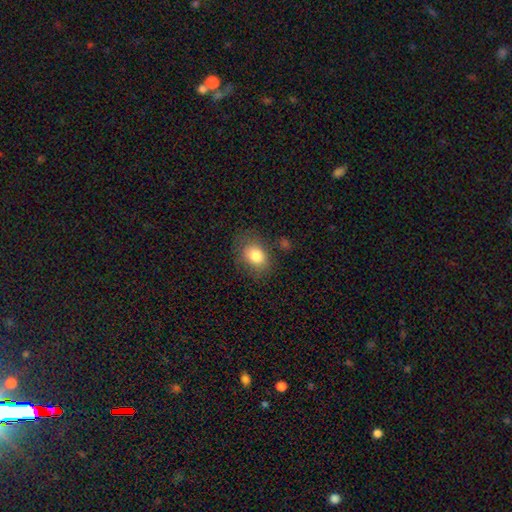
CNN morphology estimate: This appears to be a smooth galaxy with no disk features (82%) that is in between round and cigar-shaped (63%). Merging: none (72%).